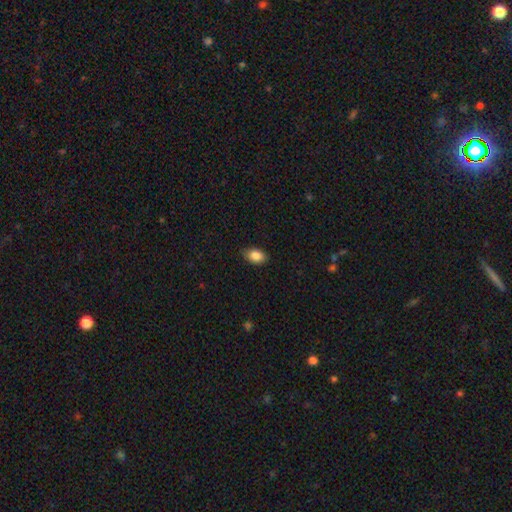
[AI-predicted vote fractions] Smooth or featured?
  - smooth: 86% *
  - star or artifact: 8%
  - featured or disk: 6%
How rounded?
  - in between: 87% *
  - round: 11%
  - cigar-shaped: 2%
Merging?
  - none: 84% *
  - minor disturbance: 13%
  - major disturbance: 2%
  - merger: 1%